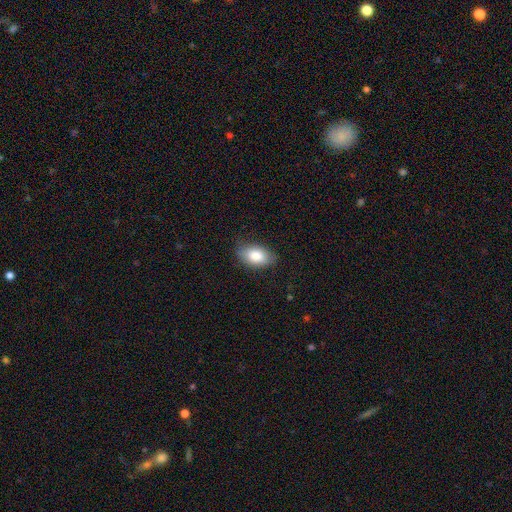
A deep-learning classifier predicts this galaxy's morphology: A smooth galaxy with no disk features (82%) that is in between round and cigar-shaped (91%). Merging: none (78%).